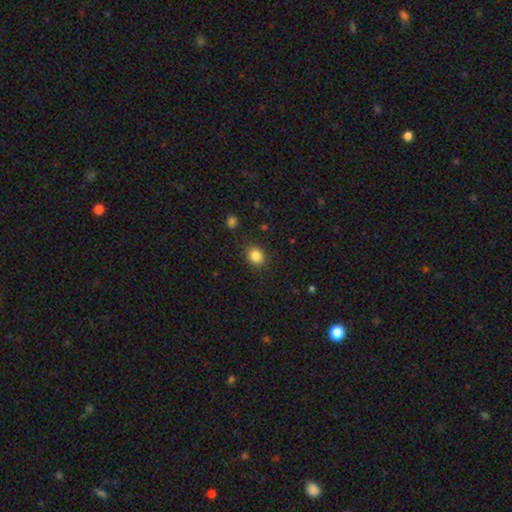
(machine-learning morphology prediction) Smooth or featured?
  - smooth: 85% *
  - star or artifact: 10%
  - featured or disk: 5%
How rounded?
  - round: 58% *
  - in between: 42%
  - cigar-shaped: 1%
Merging?
  - none: 86% *
  - minor disturbance: 9%
  - major disturbance: 3%
  - merger: 2%